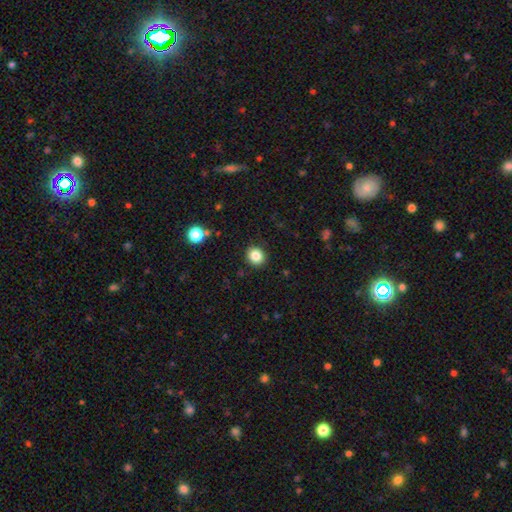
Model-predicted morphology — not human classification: Smooth or featured? Predicted: smooth (p=0.84). How rounded? Predicted: round (p=0.81). Merging? Predicted: none (p=0.90).